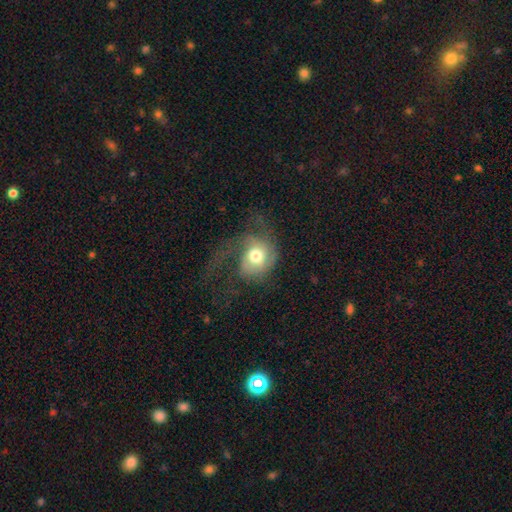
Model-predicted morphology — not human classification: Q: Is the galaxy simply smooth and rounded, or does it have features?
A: smooth — 47%.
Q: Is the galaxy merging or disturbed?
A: major disturbance — 50%.